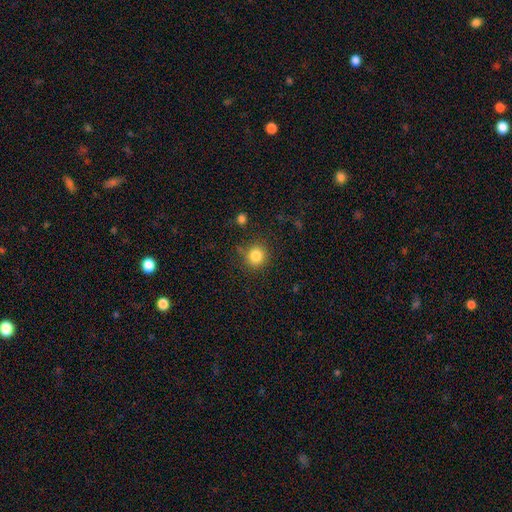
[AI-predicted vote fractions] Smooth or featured? Predicted: smooth (p=0.84). How rounded? Predicted: round (p=0.90). Merging? Predicted: none (p=0.84).